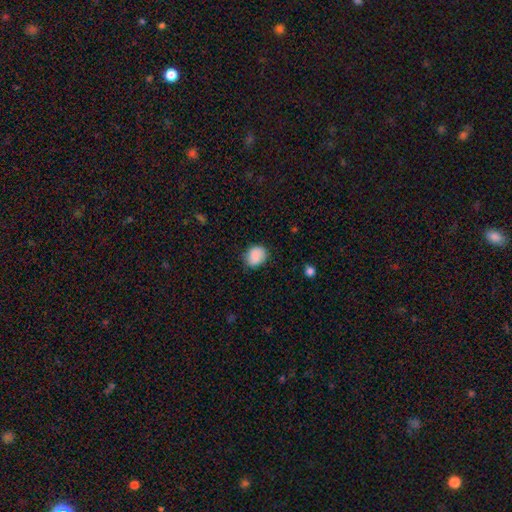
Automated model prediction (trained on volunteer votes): The model was most divided on "how rounded": round: 57%, in between: 43%, cigar-shaped: 1%. More confident: smooth or featured — smooth (88%); merging — none (78%).